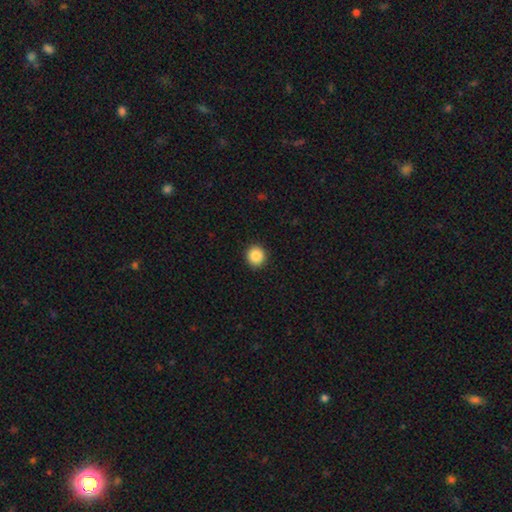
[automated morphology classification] A smooth galaxy with no disk features (87%) that is round (92%). Merging: none (92%).